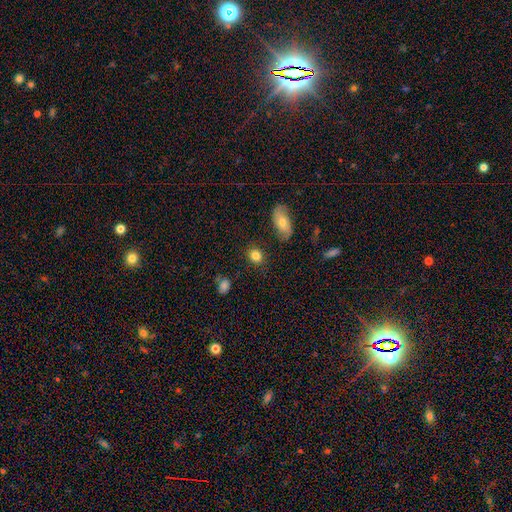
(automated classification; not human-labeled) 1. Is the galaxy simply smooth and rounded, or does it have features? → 84% smooth, 10% star or artifact, 7% featured or disk.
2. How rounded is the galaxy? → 51% round, 47% in between, 1% cigar-shaped.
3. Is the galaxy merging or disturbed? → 84% none, 10% minor disturbance, 3% major disturbance, 3% merger.